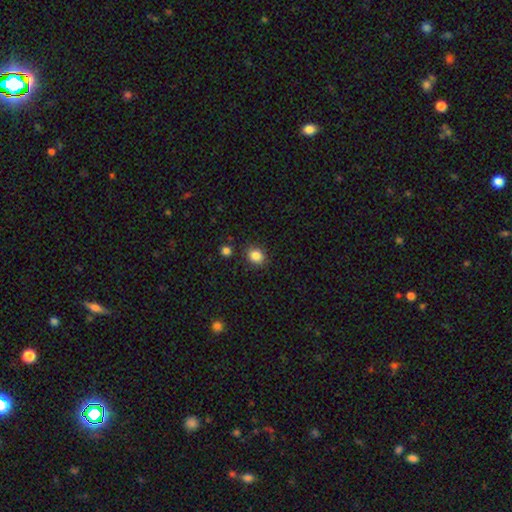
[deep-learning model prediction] This is clearly a smooth galaxy (86%). How rounded: likely round (60%). Merging: clearly none (86%).